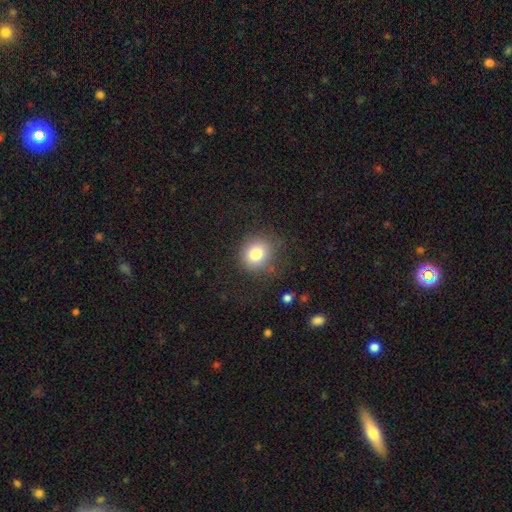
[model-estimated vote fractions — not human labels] smooth-or-featured: smooth: 81% | star or artifact: 11% | featured or disk: 8%
  how-rounded: round: 81% | in between: 18% | cigar-shaped: 1%
  merging: none: 77% | minor disturbance: 14% | major disturbance: 7% | merger: 2%